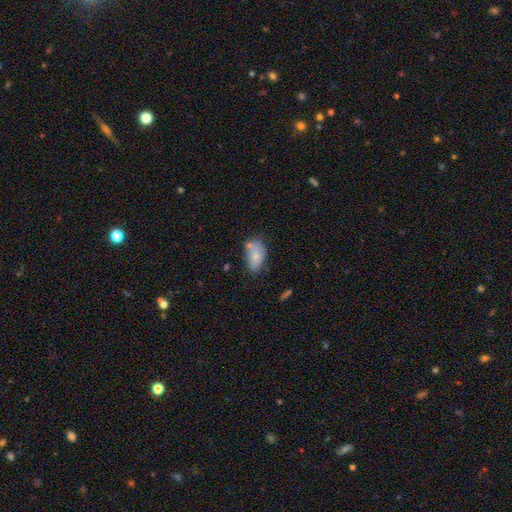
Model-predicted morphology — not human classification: A smooth galaxy with no disk features (80%) that is in between round and cigar-shaped (91%).

Vote fractions:
- Smooth or featured? smooth: 80% / featured or disk: 12% / star or artifact: 8%
- How rounded? in between: 91% / round: 6% / cigar-shaped: 3%
- Merging? none: 55% / minor disturbance: 24% / merger: 15% / major disturbance: 7%